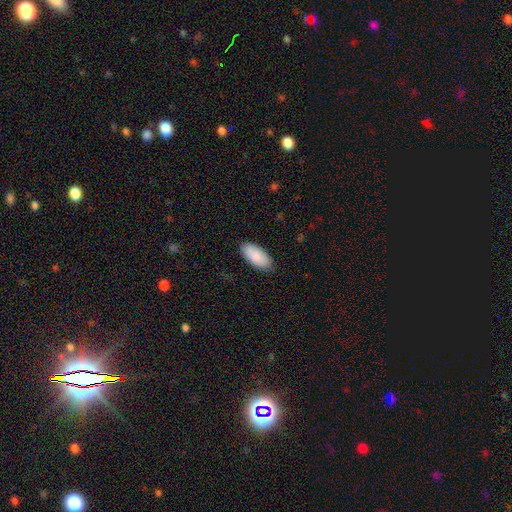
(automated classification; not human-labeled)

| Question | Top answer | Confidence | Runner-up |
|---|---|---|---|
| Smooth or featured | smooth | 88% | featured or disk (6%) |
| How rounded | in between | 93% | cigar-shaped (6%) |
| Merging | none | 85% | minor disturbance (12%) |